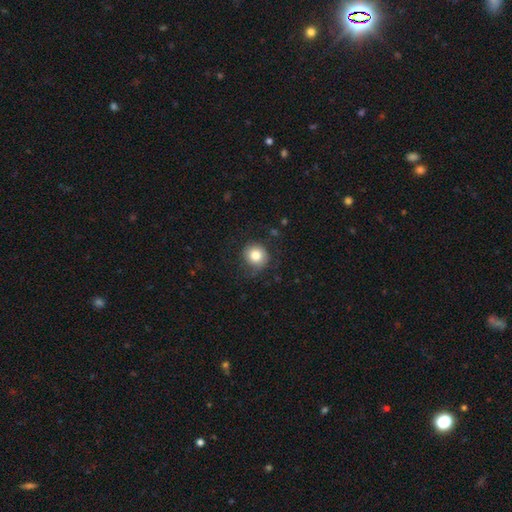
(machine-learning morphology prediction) type=smooth (81%); roundness=round (88%); merging=none (74%).